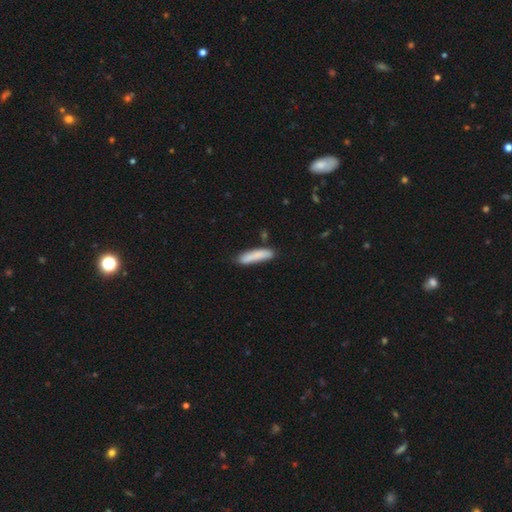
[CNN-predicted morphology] Smooth or featured? Predicted: smooth (p=0.83). How rounded? Predicted: cigar-shaped (p=0.82). Merging? Predicted: none (p=0.76).